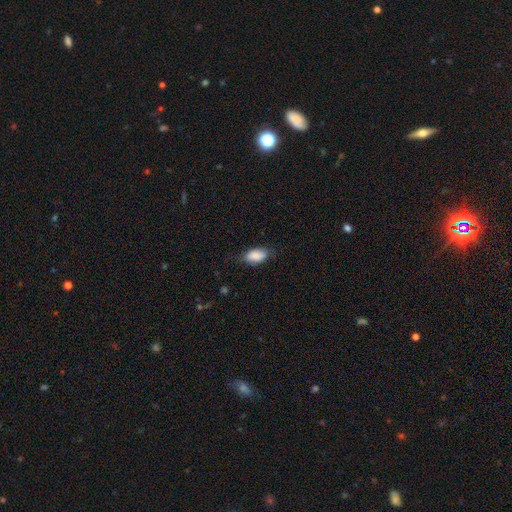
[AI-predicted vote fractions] A smooth galaxy with no disk features (86%) that is in between round and cigar-shaped (91%).

Vote fractions:
- Smooth or featured? smooth: 86% / featured or disk: 8% / star or artifact: 7%
- How rounded? in between: 91% / cigar-shaped: 5% / round: 4%
- Merging? none: 69% / minor disturbance: 24% / major disturbance: 5% / merger: 1%